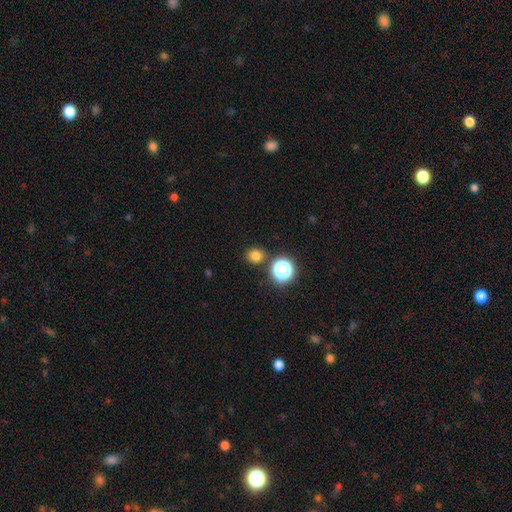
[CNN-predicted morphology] Smooth or featured?
  - smooth: 76% *
  - star or artifact: 19%
  - featured or disk: 5%
How rounded?
  - round: 83% *
  - in between: 16%
  - cigar-shaped: 1%
Merging?
  - none: 83% *
  - minor disturbance: 8%
  - merger: 6%
  - major disturbance: 3%